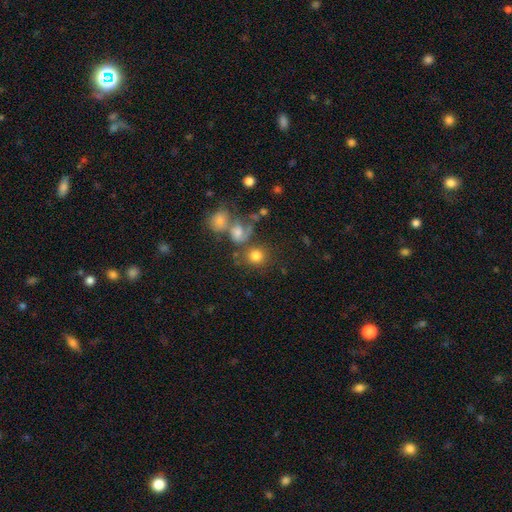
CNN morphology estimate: Smooth or featured?
  - smooth: 79% *
  - star or artifact: 12%
  - featured or disk: 9%
How rounded?
  - round: 84% *
  - in between: 15%
  - cigar-shaped: 1%
Merging?
  - none: 58% *
  - merger: 25%
  - minor disturbance: 11%
  - major disturbance: 7%